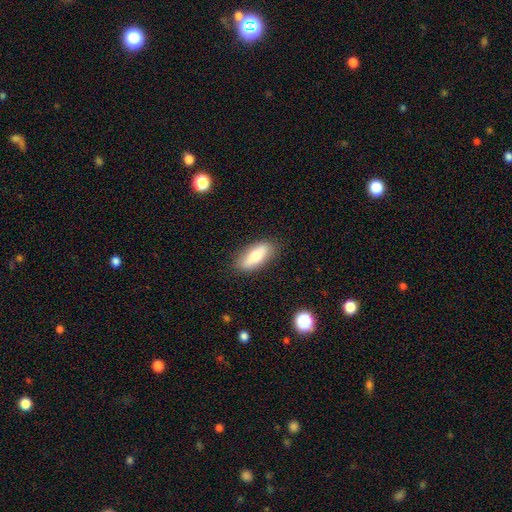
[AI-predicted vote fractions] smooth_or_featured: smooth (p=0.71) [alt: featured or disk p=0.23]
how_rounded: in between (p=0.77) [alt: cigar-shaped p=0.20]
merging: none (p=0.85) [alt: minor disturbance p=0.12]